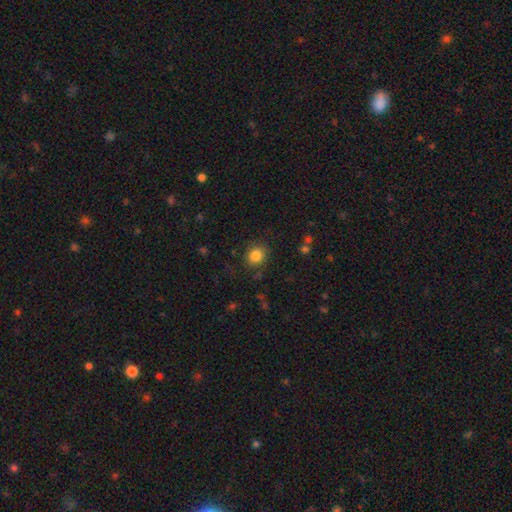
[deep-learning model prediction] The model was most divided on "how rounded": round: 74%, in between: 25%, cigar-shaped: 1%. More confident: smooth or featured — smooth (84%); merging — none (83%).